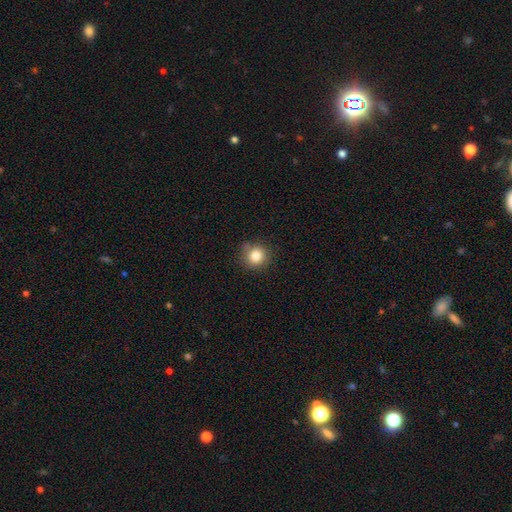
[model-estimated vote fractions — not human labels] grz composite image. It shows a smooth galaxy with no disk features (84%) that is round (90%). Merging: none (81%).